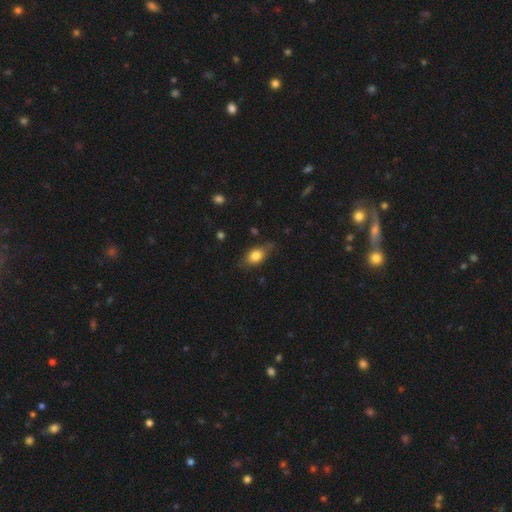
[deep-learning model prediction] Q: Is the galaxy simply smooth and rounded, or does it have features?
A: smooth — 77%.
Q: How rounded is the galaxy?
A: in between — 80%.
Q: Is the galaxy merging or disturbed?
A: none — 70%.